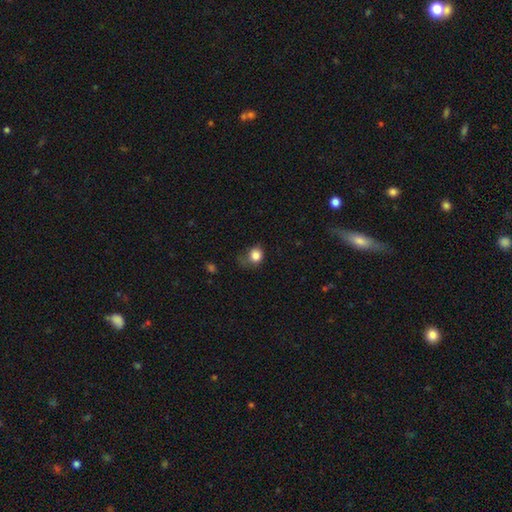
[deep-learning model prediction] smooth 83%, star or artifact 10%, featured or disk 6%. Down the decision tree: how rounded — round (70%); merging — none (46%).